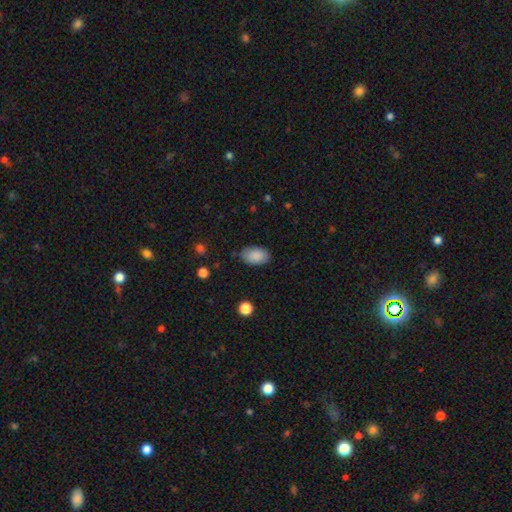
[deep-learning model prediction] smooth 88%, star or artifact 7%, featured or disk 5%. Down the decision tree: how rounded — in between (93%); merging — none (82%).